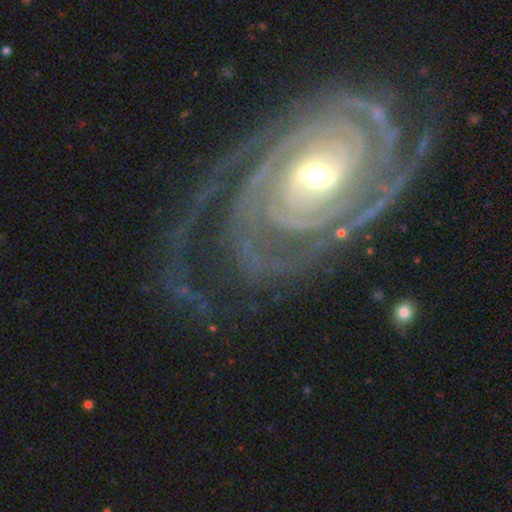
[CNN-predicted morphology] This appears to be a featured or disk galaxy (92%) with no bar (42%), 2 (28%) tight (80%) spiral arms (98%) and a moderate central bulge (56%). Merging: none (70%).